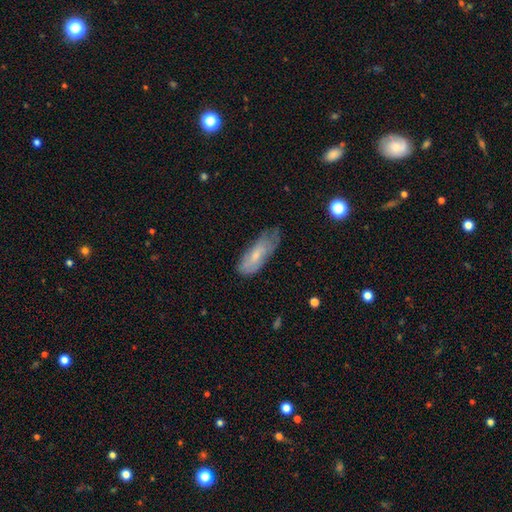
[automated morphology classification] A smooth galaxy with no disk features (60%) that is in between round and cigar-shaped (69%). Merging: none (50%).